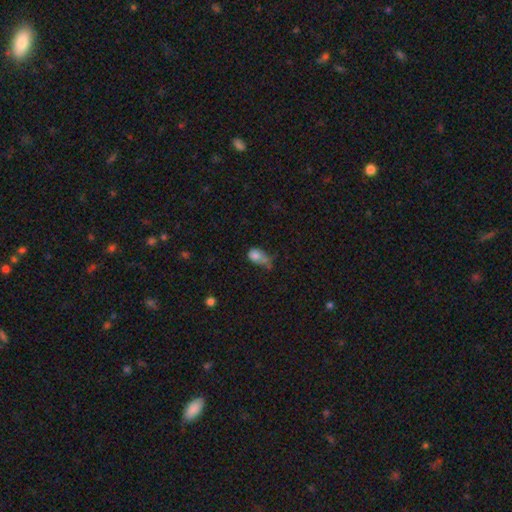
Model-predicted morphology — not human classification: smooth 75%, featured or disk 13%, star or artifact 12%. Down the decision tree: how rounded — in between (67%); merging — none (28%).